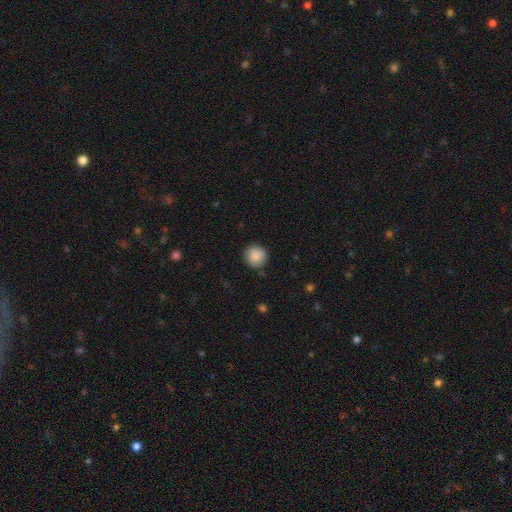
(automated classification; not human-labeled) A smooth galaxy with no disk features (88%) that is round (94%).

Vote fractions:
- Smooth or featured? smooth: 88% / star or artifact: 8% / featured or disk: 5%
- How rounded? round: 94% / in between: 5% / cigar-shaped: 1%
- Merging? none: 86% / minor disturbance: 10% / major disturbance: 2% / merger: 1%